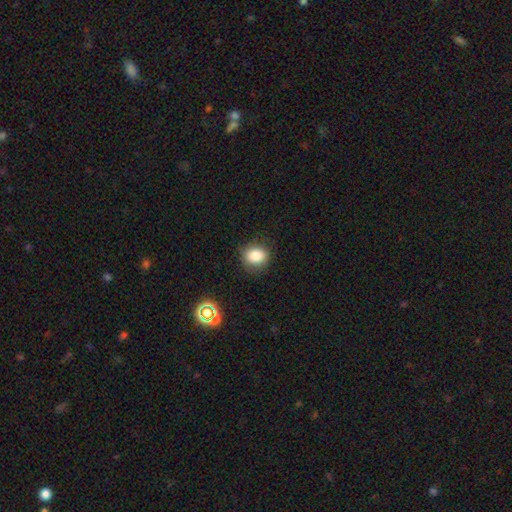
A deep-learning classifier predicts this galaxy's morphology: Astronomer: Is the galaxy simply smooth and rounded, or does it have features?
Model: smooth — 82%.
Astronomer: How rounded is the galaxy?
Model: round — 69%.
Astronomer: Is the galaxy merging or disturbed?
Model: none — 83%.